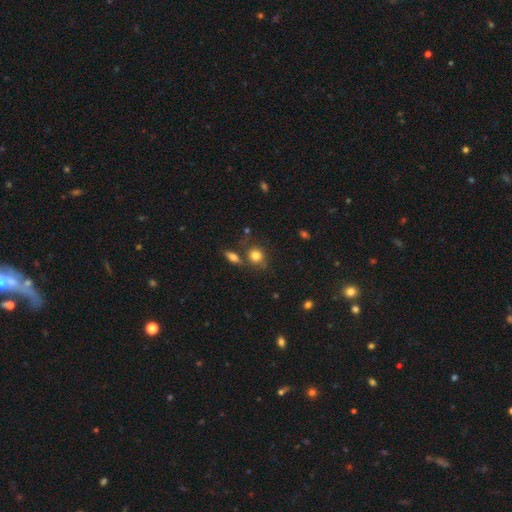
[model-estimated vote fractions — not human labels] Smooth or featured?
  - smooth: 81% *
  - star or artifact: 11%
  - featured or disk: 9%
How rounded?
  - round: 75% *
  - in between: 24%
  - cigar-shaped: 2%
Merging?
  - none: 65% *
  - merger: 16%
  - minor disturbance: 13%
  - major disturbance: 5%